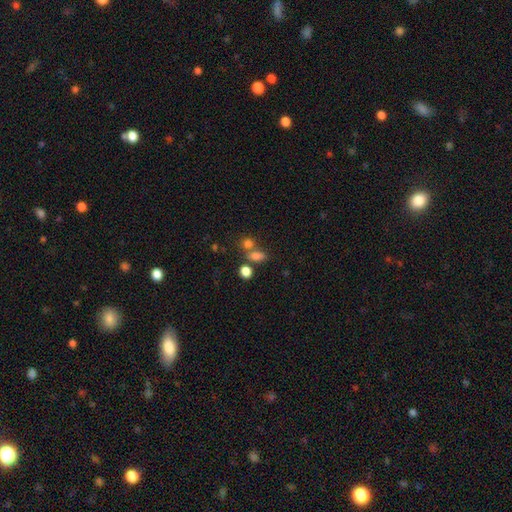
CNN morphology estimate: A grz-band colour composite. It shows a smooth galaxy with no disk features (77%) that is in between round and cigar-shaped (68%). Merging: none (51%).